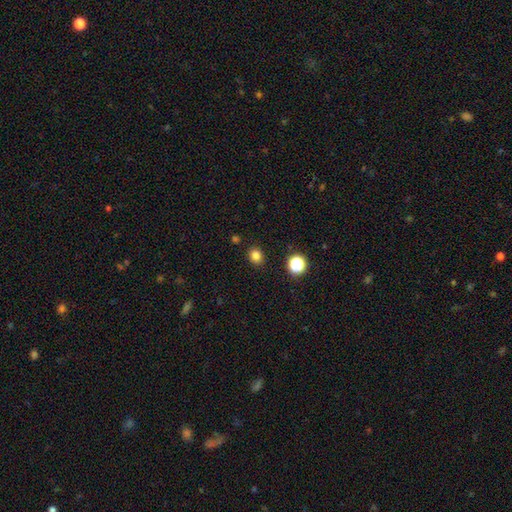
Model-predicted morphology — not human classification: The model was most divided on "how rounded": round: 65%, in between: 34%, cigar-shaped: 1%. More confident: merging — none (89%); smooth or featured — smooth (82%).